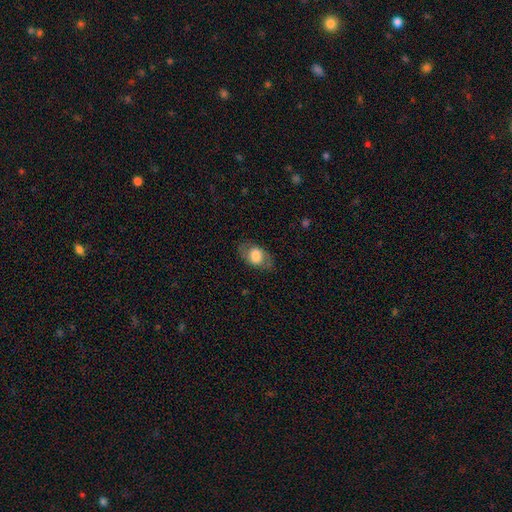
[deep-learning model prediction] Q: Smooth or featured?
A: smooth (62%); runner-up: featured or disk (31%)
Q: How rounded?
A: in between (83%); runner-up: round (15%)
Q: Merging?
A: none (76%); runner-up: minor disturbance (15%)